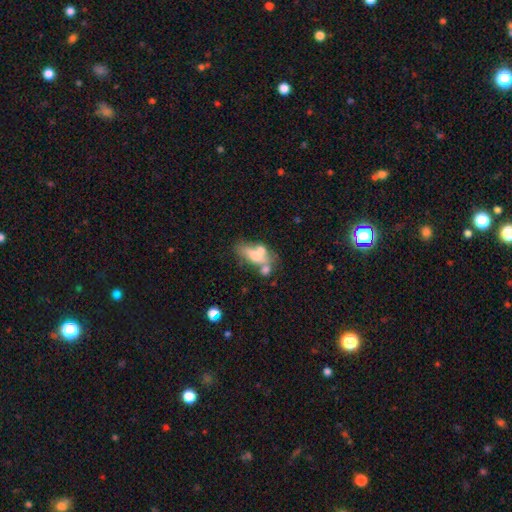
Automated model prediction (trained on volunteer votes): Smooth or featured: smooth — 49% (featured or disk — 41%)
Merging: merger — 48% (none — 24%)